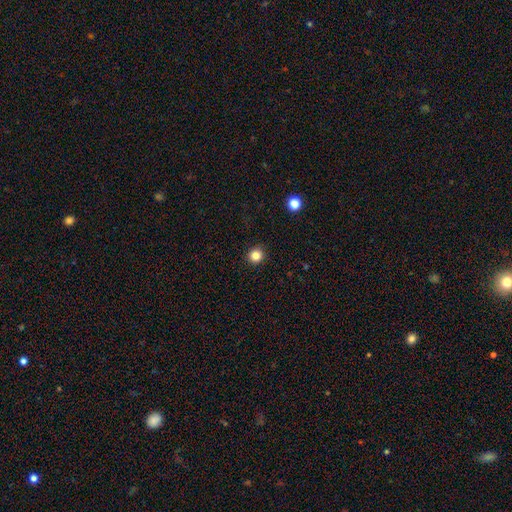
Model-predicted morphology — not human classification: This is clearly a smooth galaxy (83%). How rounded: clearly round (92%). Merging: clearly none (93%).